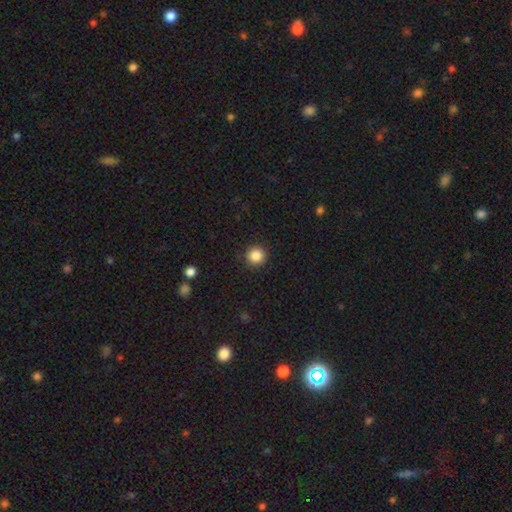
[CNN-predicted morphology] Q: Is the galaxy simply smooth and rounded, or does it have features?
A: smooth — 86%.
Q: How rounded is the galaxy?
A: round — 95%.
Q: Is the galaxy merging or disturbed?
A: none — 92%.